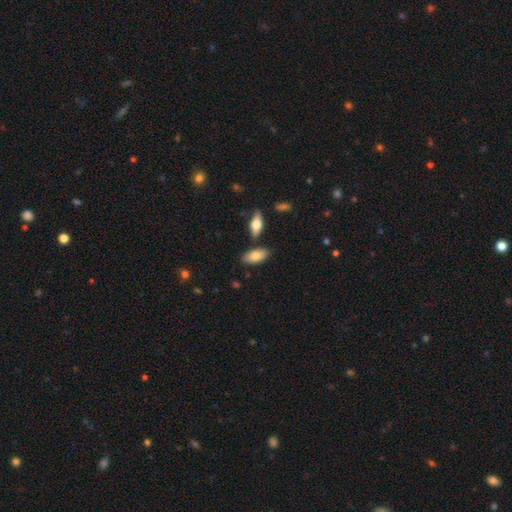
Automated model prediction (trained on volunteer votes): The model was most divided on "merging": none: 77%, minor disturbance: 12%, merger: 9%, major disturbance: 3%. More confident: how rounded — in between (88%); smooth or featured — smooth (80%).